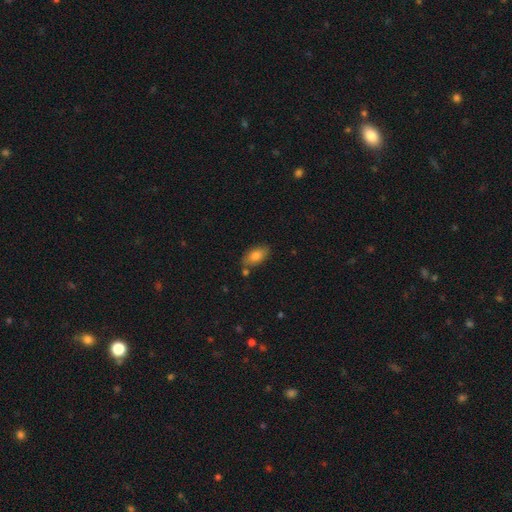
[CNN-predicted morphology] This is likely a smooth galaxy (79%). How rounded: clearly in between (91%). Merging: likely none (76%).